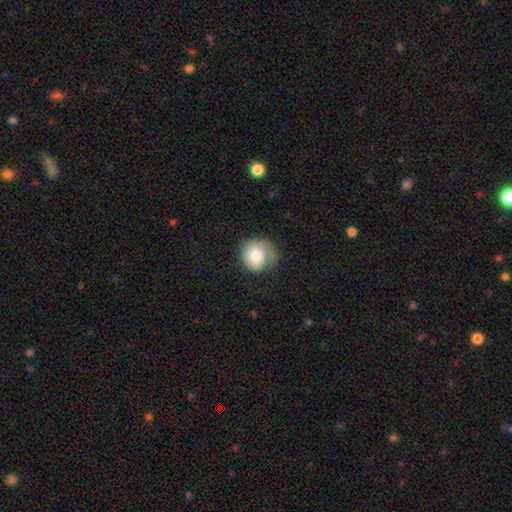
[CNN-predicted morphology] smooth 73%, featured or disk 20%, star or artifact 7%. Down the decision tree: how rounded — round (86%); merging — none (48%).